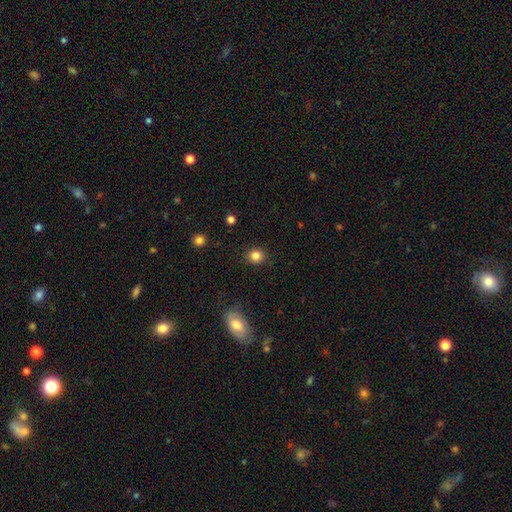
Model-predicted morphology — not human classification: A smooth galaxy with no disk features (84%) that is round (81%). Merging: none (90%).